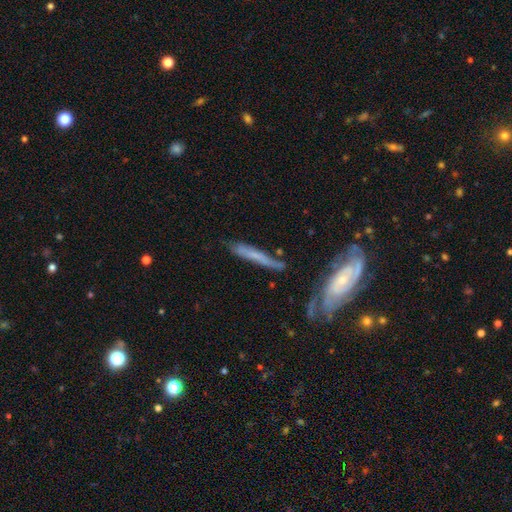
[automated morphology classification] Smooth or featured?
  - featured or disk: 50% *
  - smooth: 42%
  - star or artifact: 7%
Edge-on disk?
  - yes: 66% *
  - no: 34%
Merging?
  - none: 66% *
  - minor disturbance: 21%
  - merger: 7%
  - major disturbance: 7%